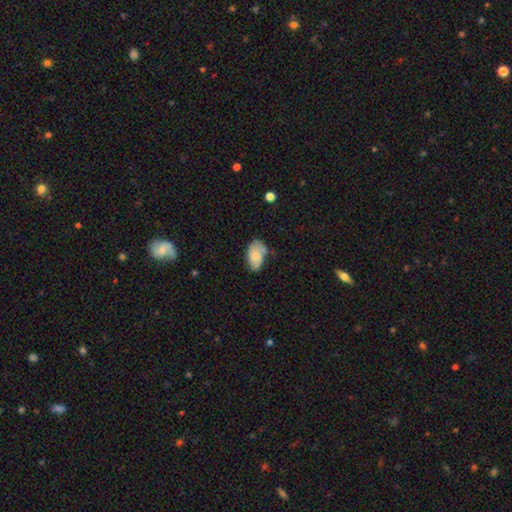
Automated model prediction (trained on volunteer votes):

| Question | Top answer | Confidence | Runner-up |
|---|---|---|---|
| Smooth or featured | smooth | 73% | featured or disk (20%) |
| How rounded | in between | 92% | round (6%) |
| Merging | none | 48% | minor disturbance (33%) |